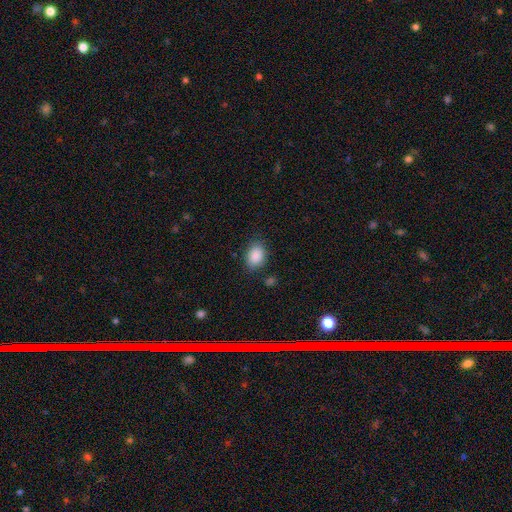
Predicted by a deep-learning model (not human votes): Q: Smooth or featured?
A: smooth (89%); runner-up: star or artifact (8%)
Q: How rounded?
A: in between (76%); runner-up: round (22%)
Q: Merging?
A: none (80%); runner-up: minor disturbance (14%)